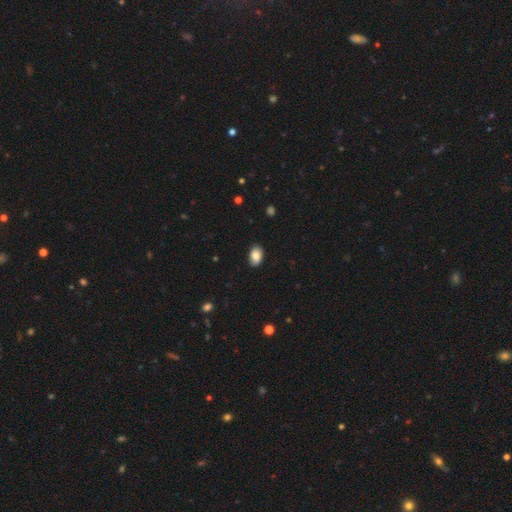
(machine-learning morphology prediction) Q: Smooth or featured?
A: smooth (84%); runner-up: featured or disk (9%)
Q: How rounded?
A: in between (90%); runner-up: round (9%)
Q: Merging?
A: none (84%); runner-up: minor disturbance (13%)